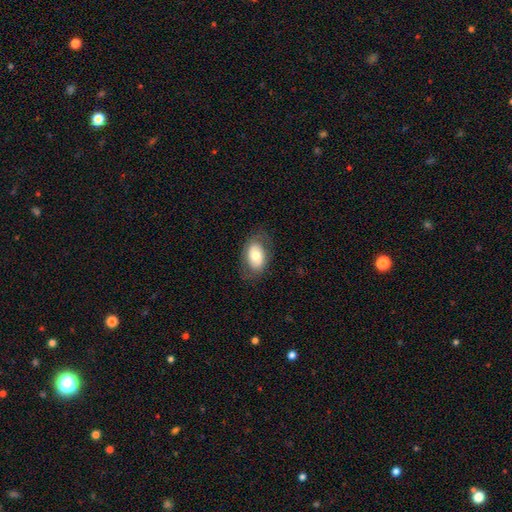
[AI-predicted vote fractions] This appears to be a smooth galaxy with no disk features (68%) that is in between round and cigar-shaped (87%). Merging: none (76%).